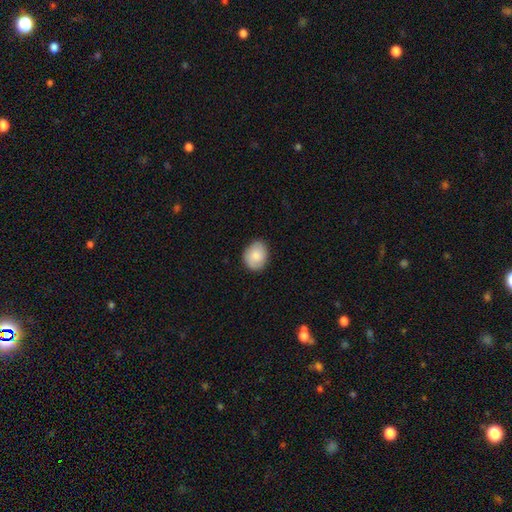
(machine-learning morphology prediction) Smooth or featured?
  - smooth: 83% *
  - featured or disk: 11%
  - star or artifact: 6%
How rounded?
  - in between: 54% *
  - round: 45%
  - cigar-shaped: 1%
Merging?
  - none: 85% *
  - minor disturbance: 12%
  - major disturbance: 2%
  - merger: 1%